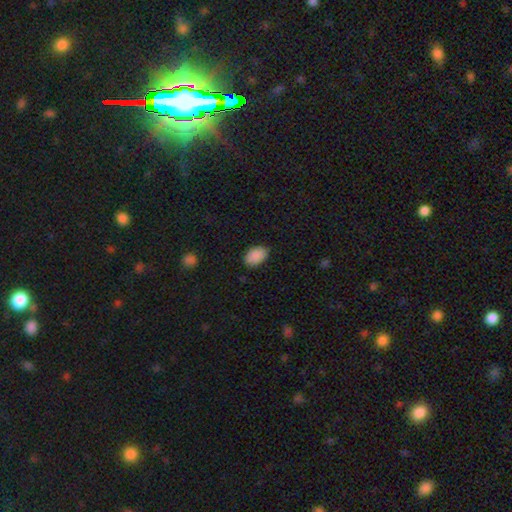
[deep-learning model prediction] smooth 90%, star or artifact 7%, featured or disk 3%. Down the decision tree: how rounded — in between (89%); merging — none (85%).